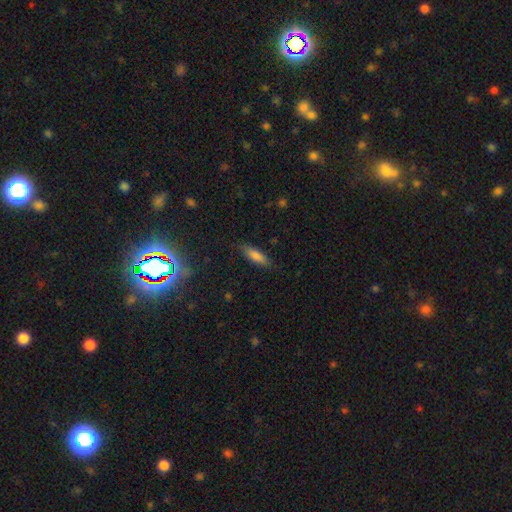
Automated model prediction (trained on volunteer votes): Smooth or featured?
  - smooth: 80% *
  - featured or disk: 13%
  - star or artifact: 7%
How rounded?
  - cigar-shaped: 51% *
  - in between: 47%
  - round: 2%
Merging?
  - none: 82% *
  - minor disturbance: 14%
  - major disturbance: 3%
  - merger: 1%